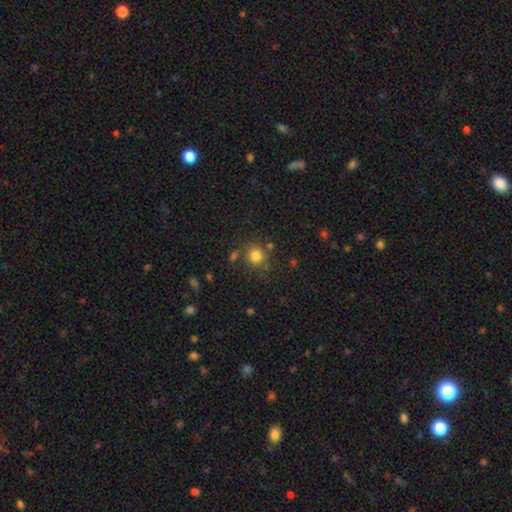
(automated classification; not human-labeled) The model was most divided on "merging": none: 75%, minor disturbance: 11%, merger: 9%, major disturbance: 4%. More confident: how rounded — round (89%); smooth or featured — smooth (80%).